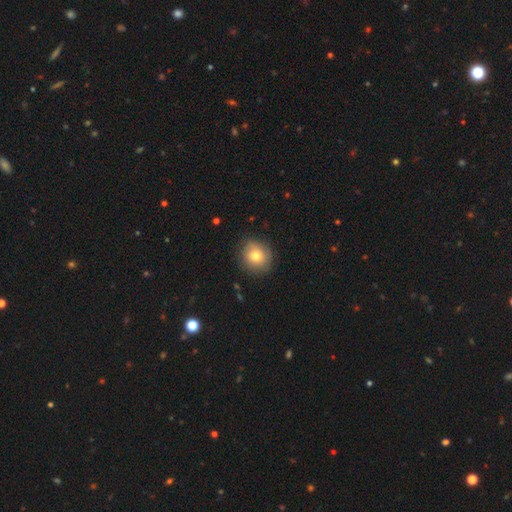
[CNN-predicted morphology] smooth-or-featured: smooth: 75% | featured or disk: 16% | star or artifact: 9%
  how-rounded: round: 83% | in between: 16% | cigar-shaped: 1%
  merging: none: 82% | minor disturbance: 13% | major disturbance: 3% | merger: 1%